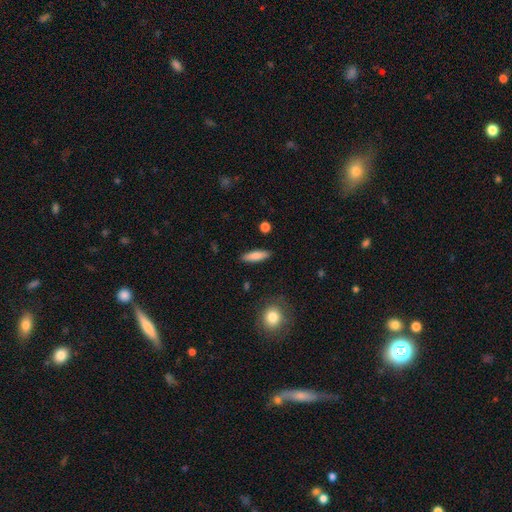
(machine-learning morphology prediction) This appears to be a smooth galaxy with no disk features (81%) that is cigar-shaped (61%). Merging: none (88%).